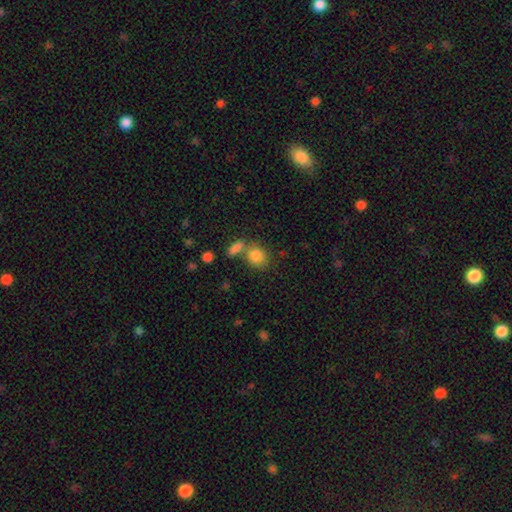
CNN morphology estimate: type=smooth (85%); roundness=round (60%); merging=none (54%).